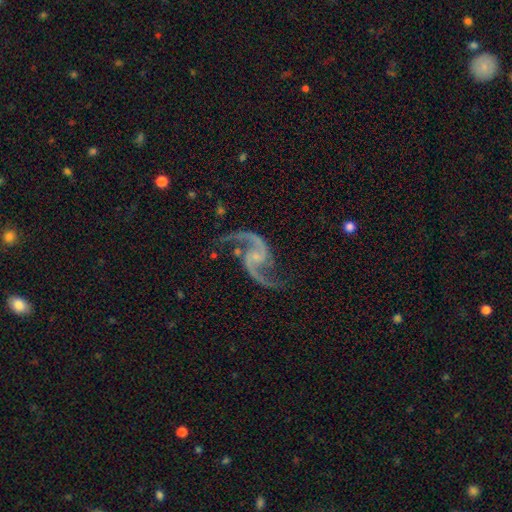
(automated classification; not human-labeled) This is clearly a featured or disk galaxy (93%). It is clearly not viewed edge-on (98%). Bar: possibly no (55%). Spiral arm pattern: clearly yes (98%). Spiral arm count: clearly 2 (94%). Spiral winding: possibly loose (59%). Central bulge: likely small (66%). Merging: likely none (76%).